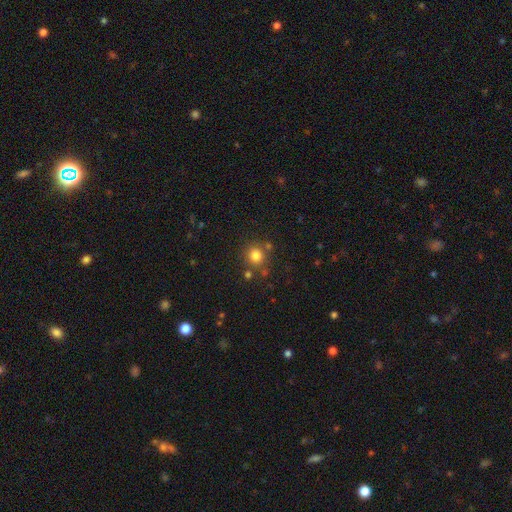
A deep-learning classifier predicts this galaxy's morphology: smooth_or_featured: smooth (p=0.80) [alt: star or artifact p=0.13]
how_rounded: round (p=0.91) [alt: in between p=0.08]
merging: none (p=0.76) [alt: merger p=0.10]